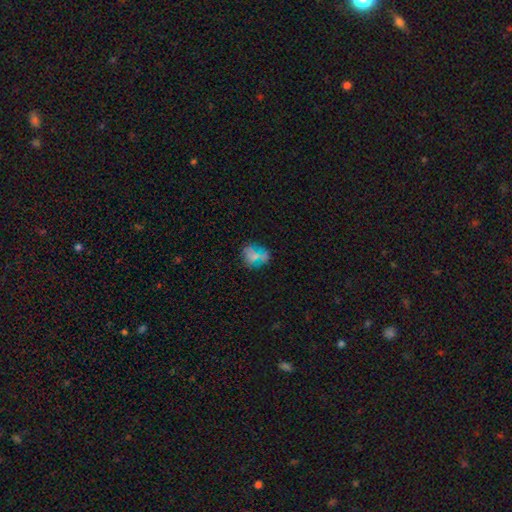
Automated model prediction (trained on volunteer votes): A smooth galaxy with no disk features (56%) that is round (64%).

Vote fractions:
- Smooth or featured? smooth: 56% / star or artifact: 27% / featured or disk: 18%
- How rounded? round: 64% / in between: 33% / cigar-shaped: 3%
- Merging? none: 65% / minor disturbance: 17% / major disturbance: 10% / merger: 8%